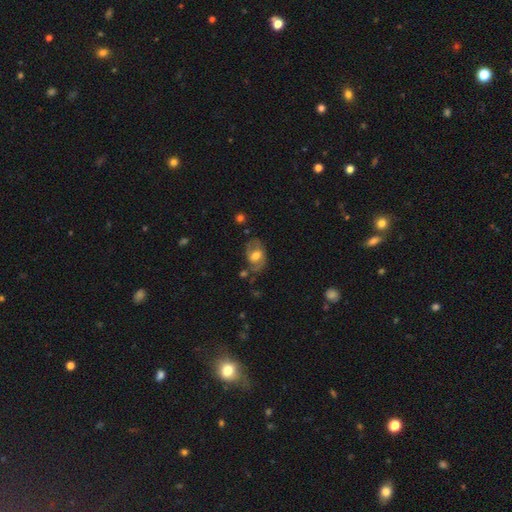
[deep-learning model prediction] Overall: featured or disk (47%; smooth 46%). Merging: none (57%; minor disturbance 25%).